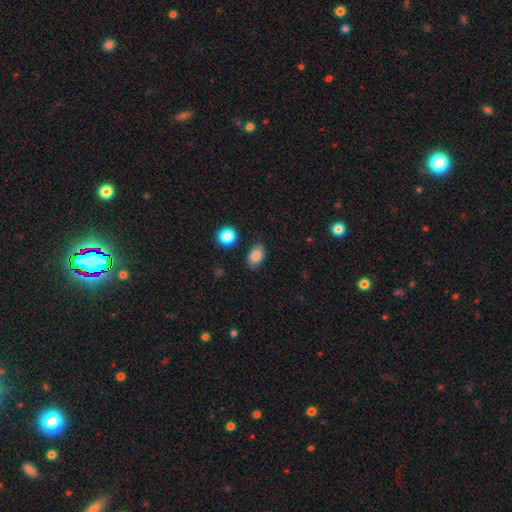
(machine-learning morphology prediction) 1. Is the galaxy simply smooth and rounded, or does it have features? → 84% smooth, 9% star or artifact, 7% featured or disk.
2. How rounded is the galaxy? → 83% in between, 16% round, 1% cigar-shaped.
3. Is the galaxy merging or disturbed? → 84% none, 11% minor disturbance, 3% merger, 3% major disturbance.